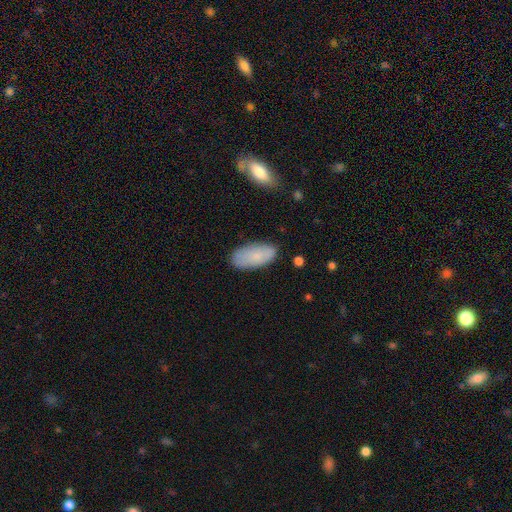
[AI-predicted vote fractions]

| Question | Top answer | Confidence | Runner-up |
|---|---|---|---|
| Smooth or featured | smooth | 81% | featured or disk (12%) |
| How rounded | in between | 92% | cigar-shaped (6%) |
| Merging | none | 79% | minor disturbance (16%) |